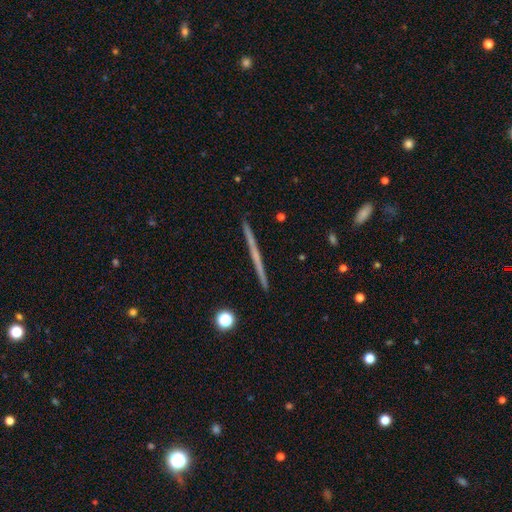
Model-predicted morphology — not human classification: Smooth or featured?
  - featured or disk: 64% *
  - smooth: 29%
  - star or artifact: 6%
Edge-on disk?
  - yes: 98% *
  - no: 2%
Edge-on bulge?
  - none: 80% *
  - rounded: 16%
  - boxy: 4%
Merging?
  - none: 93% *
  - minor disturbance: 5%
  - merger: 1%
  - major disturbance: 1%